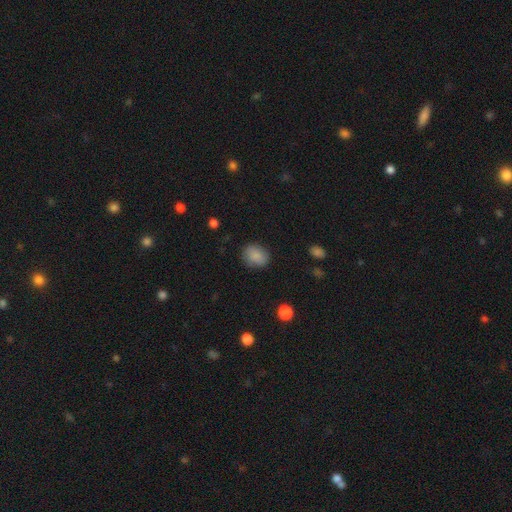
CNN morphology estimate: smooth 87%, star or artifact 8%, featured or disk 5%. Down the decision tree: how rounded — round (54%); merging — none (83%).